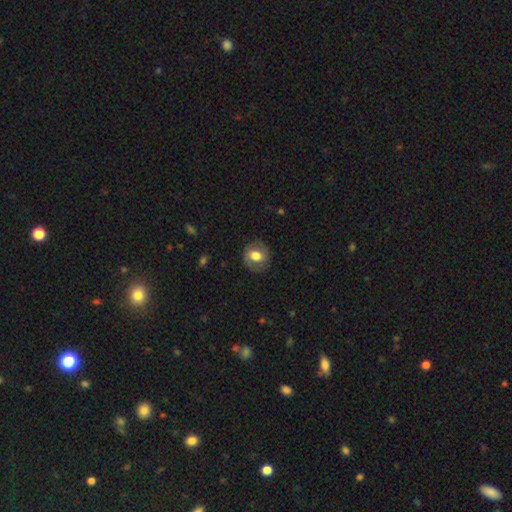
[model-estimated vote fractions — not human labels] Smooth or featured: smooth — 64% (featured or disk — 29%)
How rounded: round — 72% (in between — 27%)
Merging: none — 82% (minor disturbance — 12%)